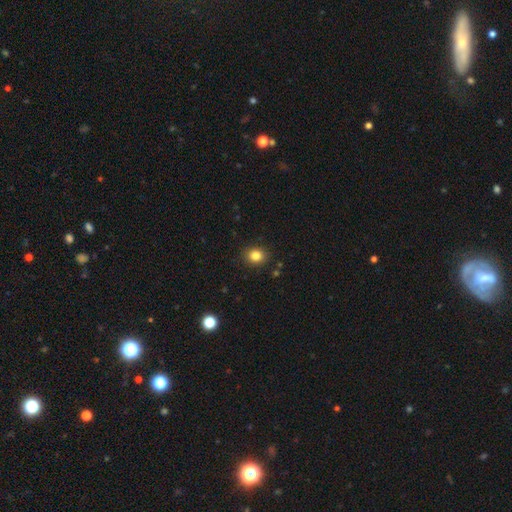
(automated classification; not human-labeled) Smooth or featured? Predicted: smooth (p=0.84). How rounded? Predicted: round (p=0.68). Merging? Predicted: none (p=0.89).